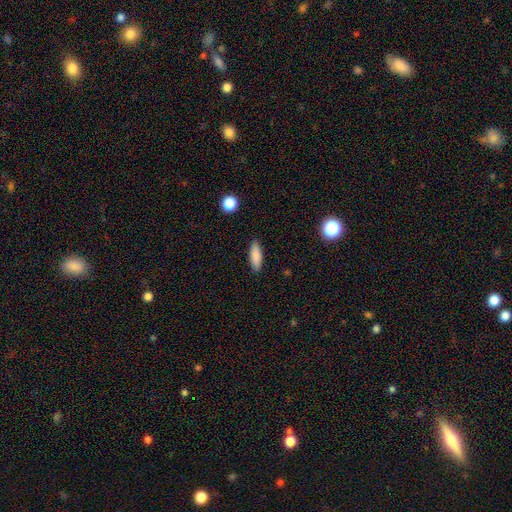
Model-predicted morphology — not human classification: smooth-or-featured: smooth: 86% | featured or disk: 8% | star or artifact: 7%
  how-rounded: in between: 58% | cigar-shaped: 40% | round: 2%
  merging: none: 88% | minor disturbance: 9% | major disturbance: 2% | merger: 1%